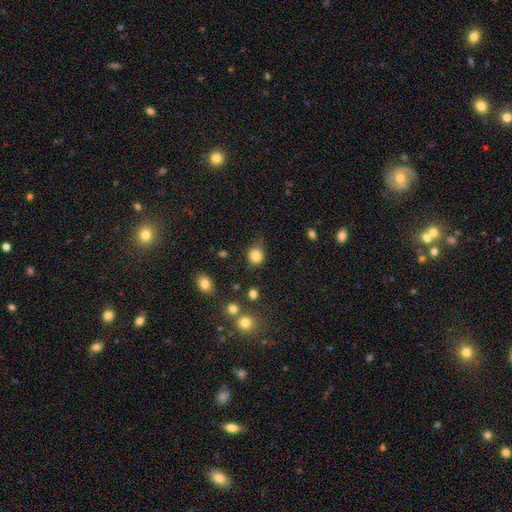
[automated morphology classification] A smooth galaxy with no disk features (84%) that is round (77%).

Vote fractions:
- Smooth or featured? smooth: 84% / star or artifact: 11% / featured or disk: 5%
- How rounded? round: 77% / in between: 22% / cigar-shaped: 1%
- Merging? none: 75% / minor disturbance: 18% / major disturbance: 4% / merger: 3%